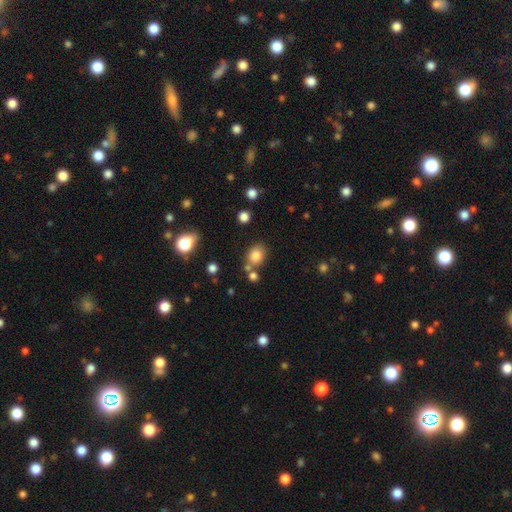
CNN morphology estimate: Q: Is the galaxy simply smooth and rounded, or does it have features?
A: smooth — 81%.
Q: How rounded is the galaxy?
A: round — 56%.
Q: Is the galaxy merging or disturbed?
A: none — 68%.